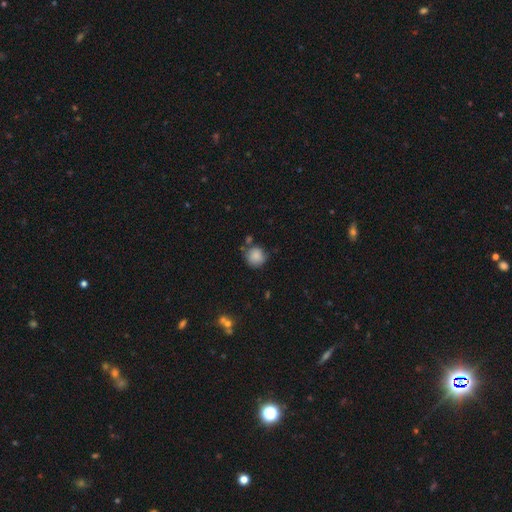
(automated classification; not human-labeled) Smooth or featured?
  - smooth: 86% *
  - star or artifact: 9%
  - featured or disk: 5%
How rounded?
  - round: 90% *
  - in between: 9%
  - cigar-shaped: 1%
Merging?
  - none: 68% *
  - minor disturbance: 19%
  - merger: 8%
  - major disturbance: 5%